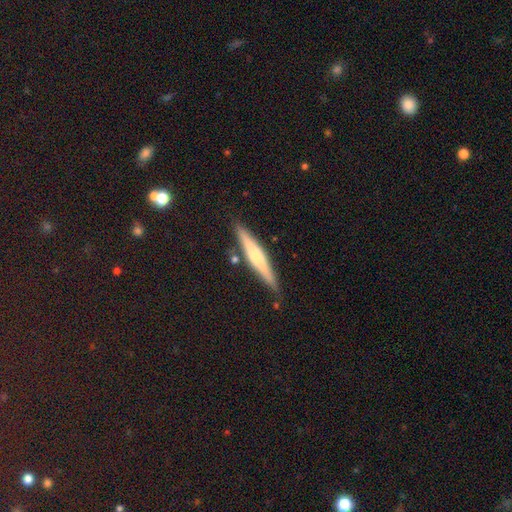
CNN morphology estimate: Q: Smooth or featured?
A: featured or disk (55%); runner-up: smooth (37%)
Q: Edge-on disk?
A: yes (95%); runner-up: no (5%)
Q: Edge-on bulge?
A: rounded (70%); runner-up: none (17%)
Q: Merging?
A: none (84%); runner-up: minor disturbance (11%)